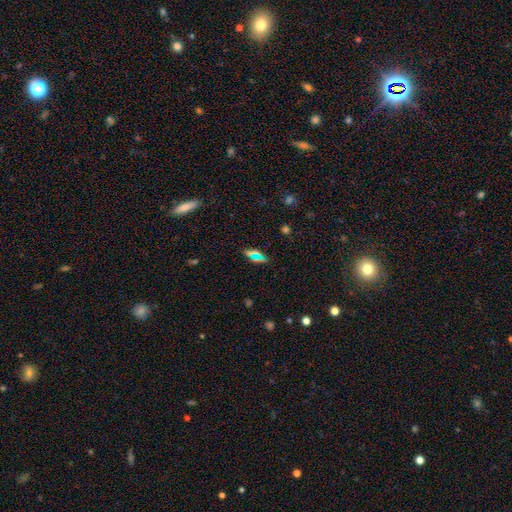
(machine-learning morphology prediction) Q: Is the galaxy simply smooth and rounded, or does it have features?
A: smooth — 53%.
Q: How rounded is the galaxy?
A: in between — 65%.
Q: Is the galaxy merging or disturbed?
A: none — 70%.